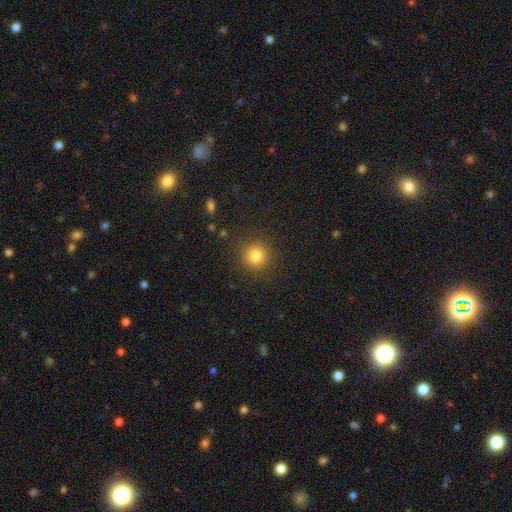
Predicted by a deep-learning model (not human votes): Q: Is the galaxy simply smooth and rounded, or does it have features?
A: smooth — 81%.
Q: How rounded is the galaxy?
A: round — 93%.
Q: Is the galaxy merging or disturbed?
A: none — 89%.